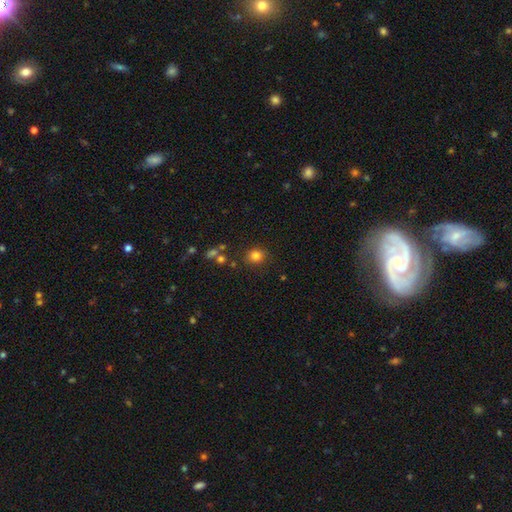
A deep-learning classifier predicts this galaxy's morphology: smooth-or-featured: smooth: 81% | star or artifact: 13% | featured or disk: 6%
  how-rounded: round: 81% | in between: 18% | cigar-shaped: 1%
  merging: none: 85% | minor disturbance: 9% | merger: 3% | major disturbance: 3%